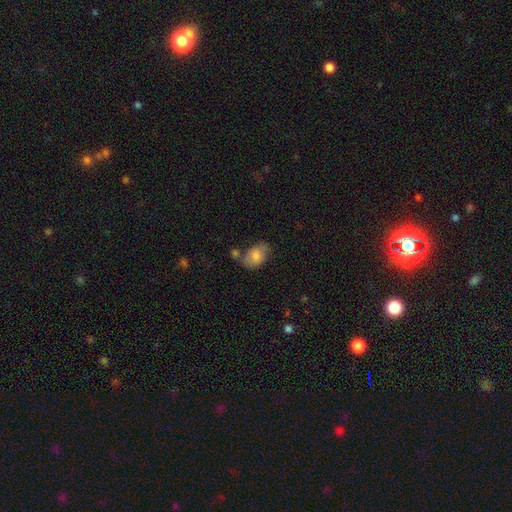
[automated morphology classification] smooth-or-featured: smooth: 76% | featured or disk: 17% | star or artifact: 7%
  how-rounded: in between: 82% | round: 17% | cigar-shaped: 1%
  merging: none: 54% | minor disturbance: 24% | merger: 13% | major disturbance: 8%